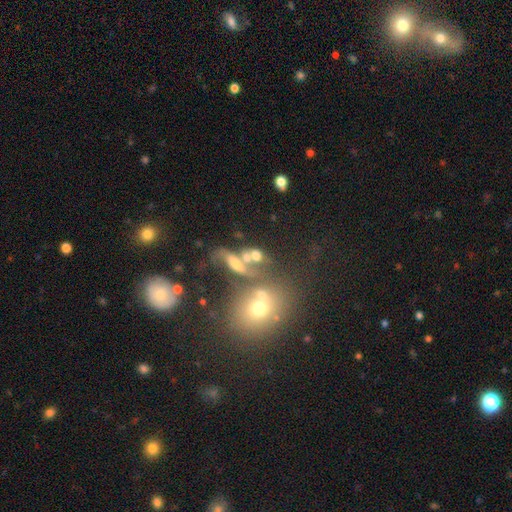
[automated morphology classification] Smooth or featured? smooth (55%)
How rounded? in between (49%)
Merging? merger (49%)